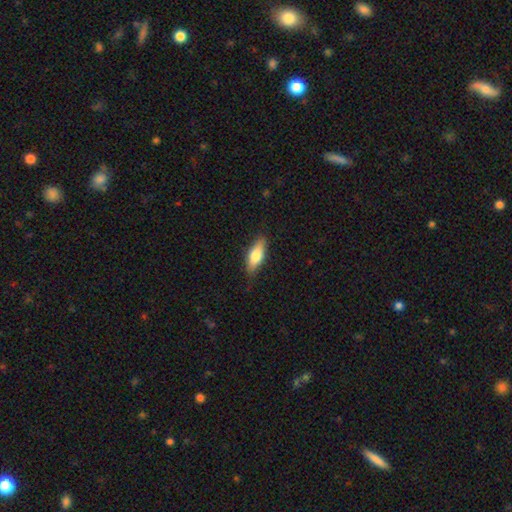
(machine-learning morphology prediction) Overall: smooth (70%). How rounded: in between (69%; cigar-shaped 29%). Merging: none (81%).